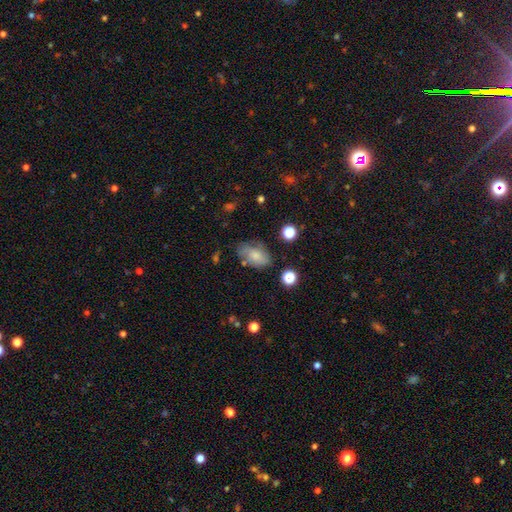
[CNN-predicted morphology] Smooth or featured?
  - smooth: 69% *
  - featured or disk: 21%
  - star or artifact: 10%
How rounded?
  - in between: 87% *
  - round: 11%
  - cigar-shaped: 2%
Merging?
  - none: 57% *
  - minor disturbance: 27%
  - major disturbance: 11%
  - merger: 5%